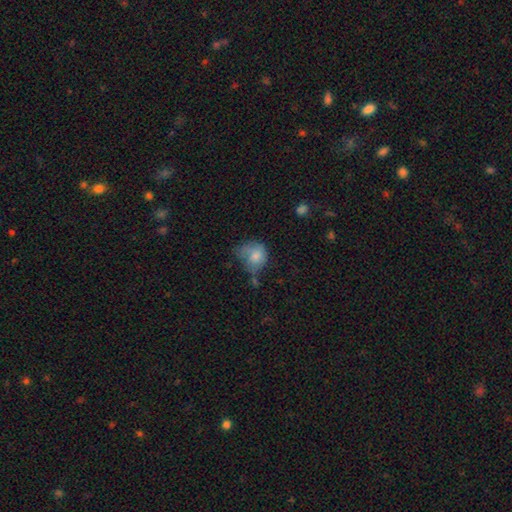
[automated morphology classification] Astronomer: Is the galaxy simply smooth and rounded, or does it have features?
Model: smooth — 74%.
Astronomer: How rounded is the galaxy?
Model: round — 63%.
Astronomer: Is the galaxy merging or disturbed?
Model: minor disturbance — 35% (runner-up: none, 34%).